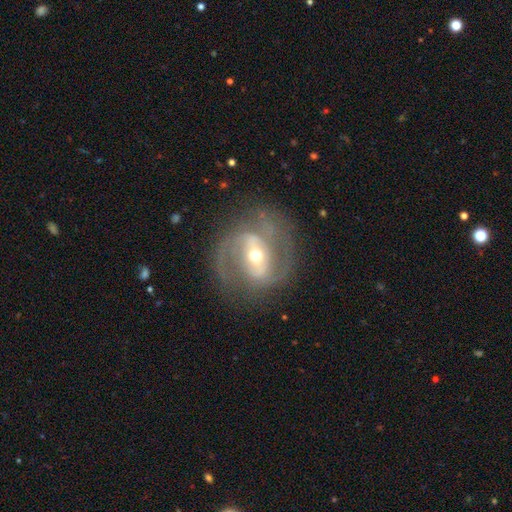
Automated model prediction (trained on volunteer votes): This is clearly a featured or disk galaxy (86%). It is clearly not viewed edge-on (96%). Bar: marginally strong (42%). Spiral arm pattern: clearly yes (91%). Spiral arm count: clearly 2 (80%). Spiral winding: possibly medium (51%). Central bulge: likely moderate (61%). Merging: likely none (72%).